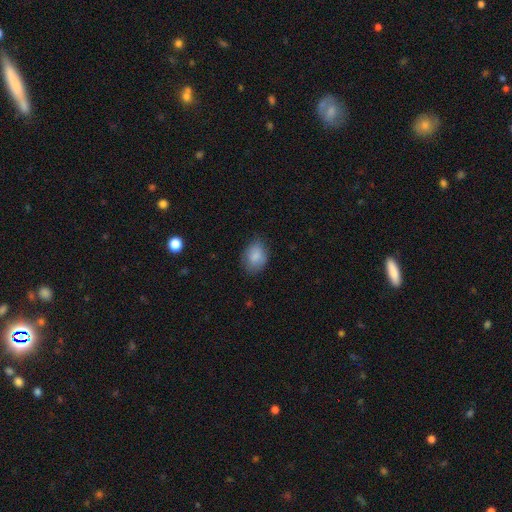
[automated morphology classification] A smooth galaxy with no disk features (86%) that is in between round and cigar-shaped (71%).

Vote fractions:
- Smooth or featured? smooth: 86% / star or artifact: 8% / featured or disk: 7%
- How rounded? in between: 71% / round: 28% / cigar-shaped: 1%
- Merging? none: 73% / minor disturbance: 21% / major disturbance: 5% / merger: 1%